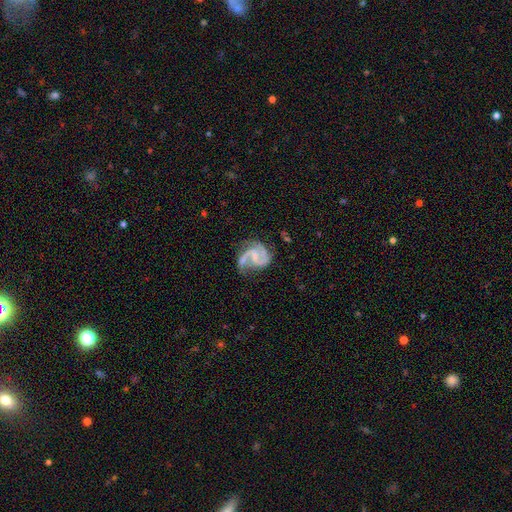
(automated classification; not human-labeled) Smooth or featured? Predicted: featured or disk (p=0.89). Edge-on disk? Predicted: no (p=0.98). Bar? Predicted: weak (p=0.46). Spiral arms? Predicted: yes (p=0.97). Spiral winding? Predicted: medium (p=0.55). Spiral arm count? Predicted: 2 (p=0.85). Bulge size? Predicted: small (p=0.58). Merging? Predicted: none (p=0.53).